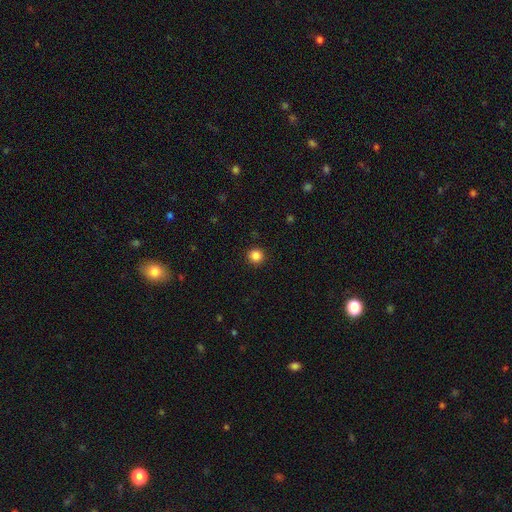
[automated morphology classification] A smooth galaxy with no disk features (86%) that is round (95%). Merging: none (93%).